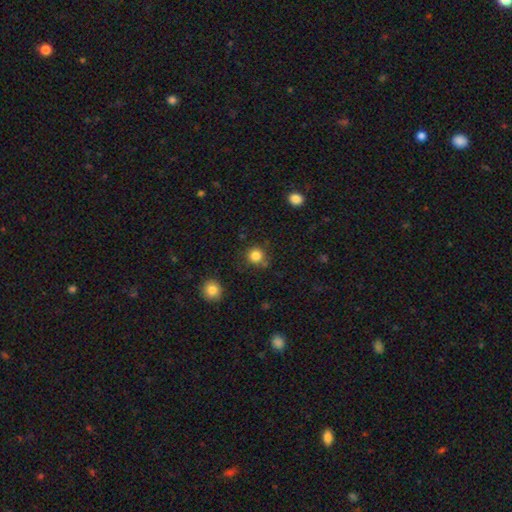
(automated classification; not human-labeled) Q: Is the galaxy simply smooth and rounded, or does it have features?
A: smooth — 84%.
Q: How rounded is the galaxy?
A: round — 93%.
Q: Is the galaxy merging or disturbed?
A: none — 79%.